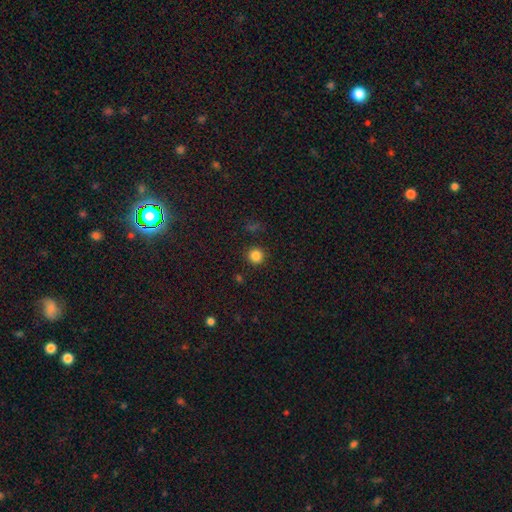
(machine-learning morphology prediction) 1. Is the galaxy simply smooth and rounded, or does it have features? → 84% smooth, 12% star or artifact, 4% featured or disk.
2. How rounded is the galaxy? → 94% round, 5% in between, 1% cigar-shaped.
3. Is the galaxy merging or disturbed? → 91% none, 5% minor disturbance, 2% major disturbance, 1% merger.